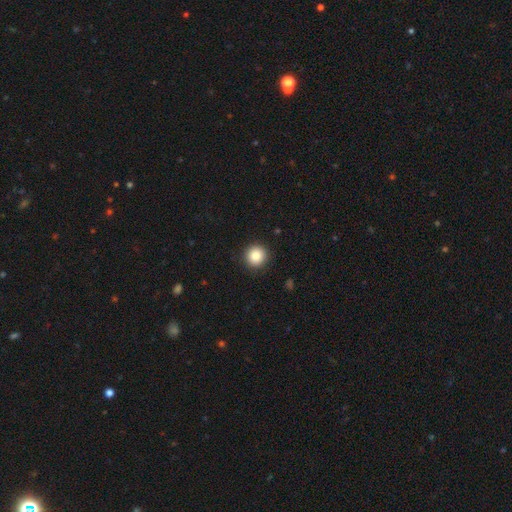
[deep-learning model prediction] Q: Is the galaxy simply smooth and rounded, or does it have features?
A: smooth — 86%.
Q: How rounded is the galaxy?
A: round — 94%.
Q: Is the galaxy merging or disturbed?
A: none — 91%.